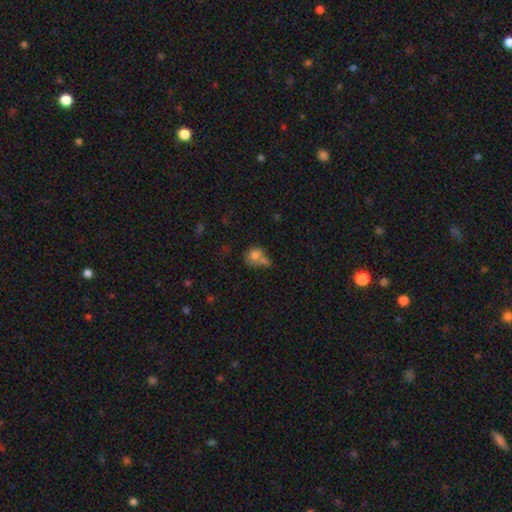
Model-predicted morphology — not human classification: A smooth galaxy with no disk features (75%) that is round (67%).

Vote fractions:
- Smooth or featured? smooth: 75% / featured or disk: 15% / star or artifact: 10%
- How rounded? round: 67% / in between: 32% / cigar-shaped: 1%
- Merging? merger: 42% / none: 34% / minor disturbance: 16% / major disturbance: 9%